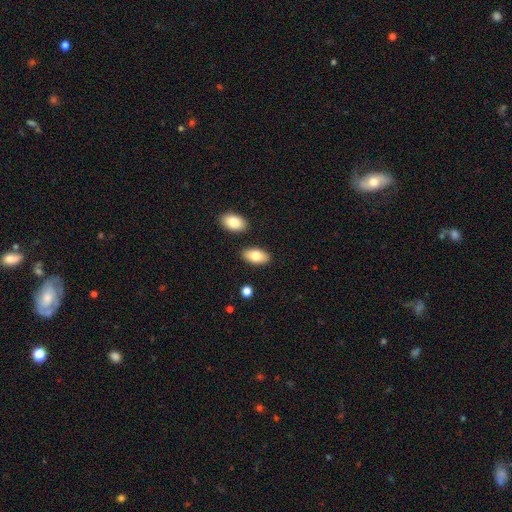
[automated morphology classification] A smooth galaxy with no disk features (80%) that is in between round and cigar-shaped (94%).

Vote fractions:
- Smooth or featured? smooth: 80% / featured or disk: 14% / star or artifact: 6%
- How rounded? in between: 94% / round: 3% / cigar-shaped: 3%
- Merging? none: 85% / minor disturbance: 9% / merger: 4% / major disturbance: 2%